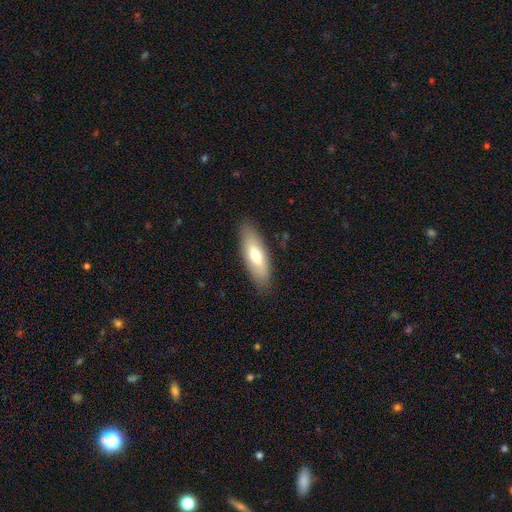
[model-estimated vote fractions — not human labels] The model was most divided on "how rounded": in between: 63%, cigar-shaped: 35%, round: 2%. More confident: merging — none (86%); smooth or featured — smooth (67%).